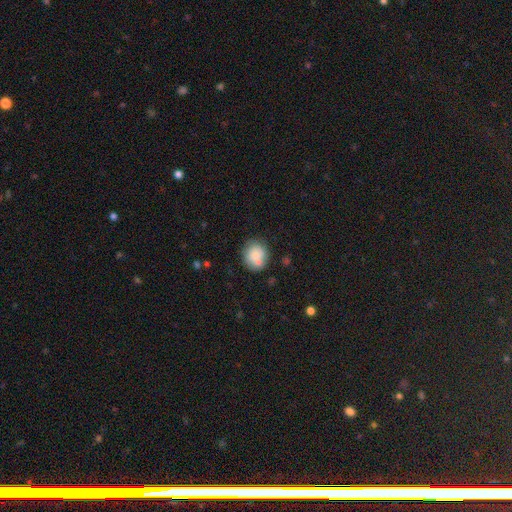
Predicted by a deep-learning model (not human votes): A smooth galaxy with no disk features (79%) that is round (80%). Merging: none (64%).